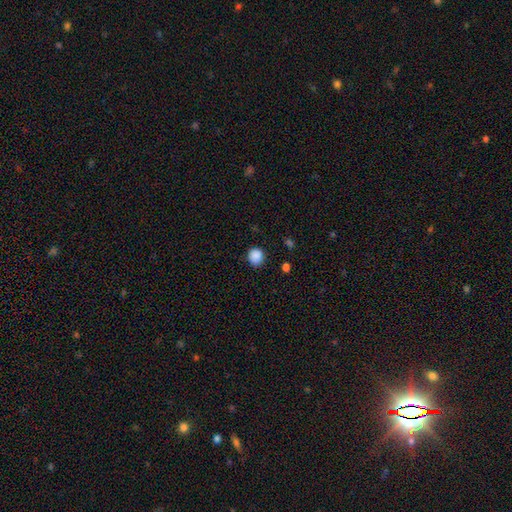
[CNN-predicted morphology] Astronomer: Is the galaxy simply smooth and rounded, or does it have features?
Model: smooth — 88%.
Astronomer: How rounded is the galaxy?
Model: round — 84%.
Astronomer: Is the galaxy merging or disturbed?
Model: none — 85%.